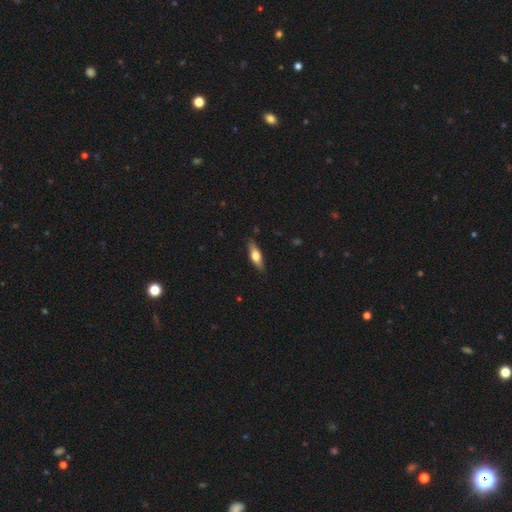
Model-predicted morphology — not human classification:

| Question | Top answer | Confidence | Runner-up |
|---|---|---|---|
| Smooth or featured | smooth | 51% | featured or disk (44%) |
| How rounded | in between | 49% | cigar-shaped (48%) |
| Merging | none | 85% | minor disturbance (12%) |